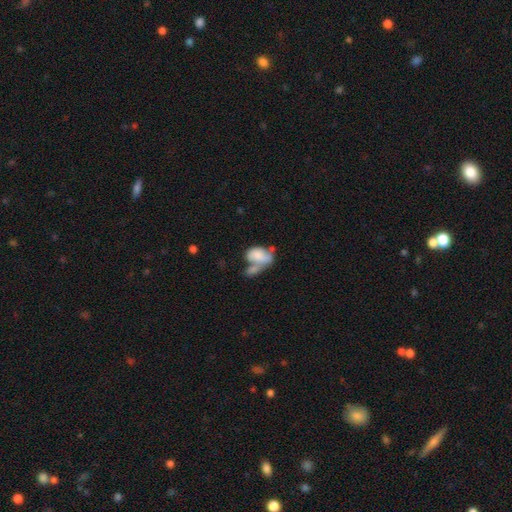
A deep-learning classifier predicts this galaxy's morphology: Overall: smooth (64%; featured or disk 27%). How rounded: in between (86%). Merging: merger (54%; none 16%).